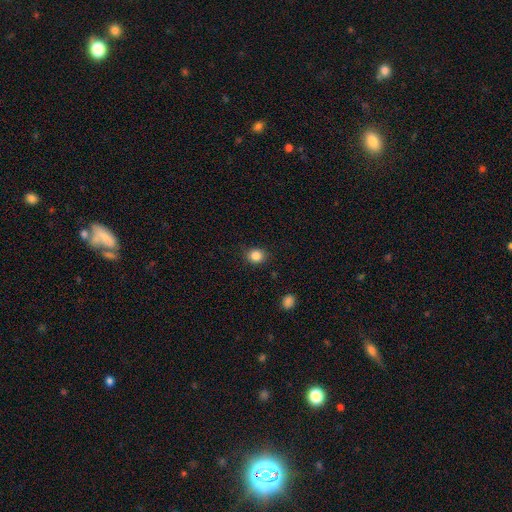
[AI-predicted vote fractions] Smooth or featured: smooth — 85% (star or artifact — 11%)
How rounded: round — 73% (in between — 26%)
Merging: none — 86% (minor disturbance — 10%)